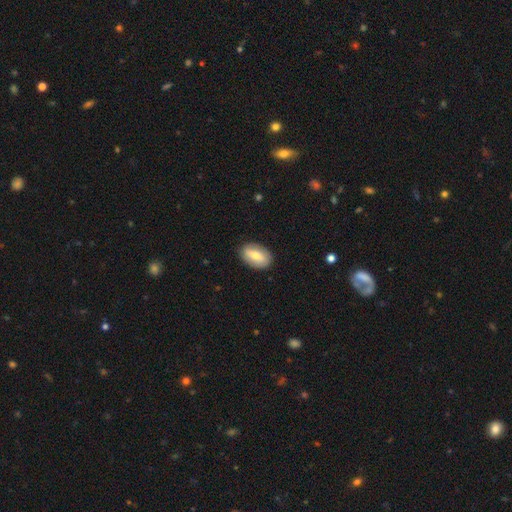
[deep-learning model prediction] smooth 65%, featured or disk 29%, star or artifact 6%. Down the decision tree: how rounded — in between (87%); merging — none (86%).